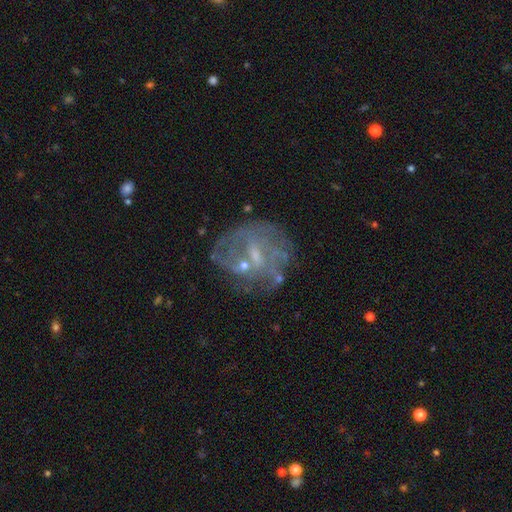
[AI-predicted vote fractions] This appears to be a featured or disk galaxy (70%) with a weak bar (49%), spiral arms (56%) and a small central bulge (56%). Merging: none (56%).